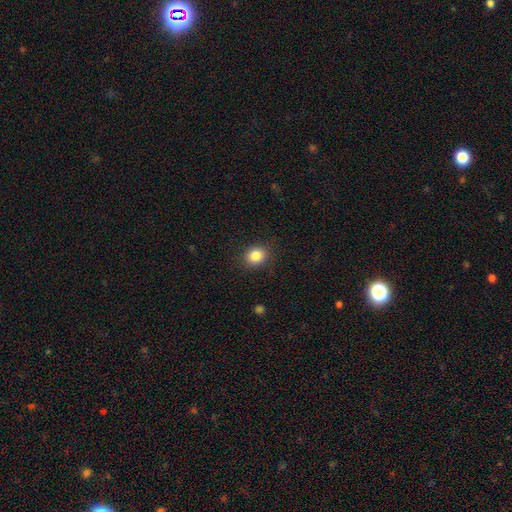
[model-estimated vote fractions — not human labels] Q: Smooth or featured?
A: smooth (84%); runner-up: star or artifact (10%)
Q: How rounded?
A: round (64%); runner-up: in between (35%)
Q: Merging?
A: none (88%); runner-up: minor disturbance (8%)